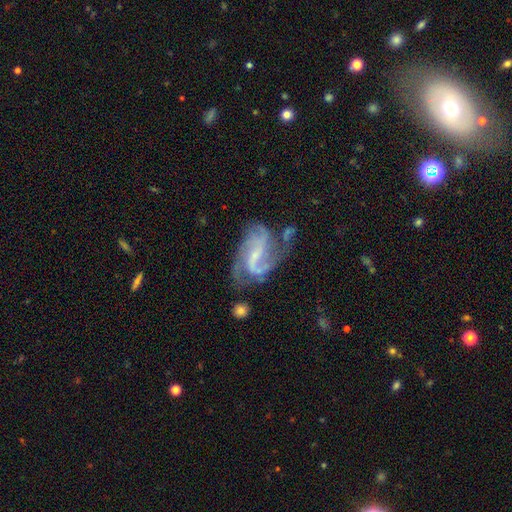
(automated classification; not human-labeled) This is clearly a featured or disk galaxy (86%). It is clearly not viewed edge-on (97%). Bar: possibly weak (48%). Spiral arm pattern: clearly yes (95%). Spiral arm count: marginally 2 (38%). Spiral winding: possibly medium (47%). Central bulge: likely small (63%). Merging: possibly none (50%).